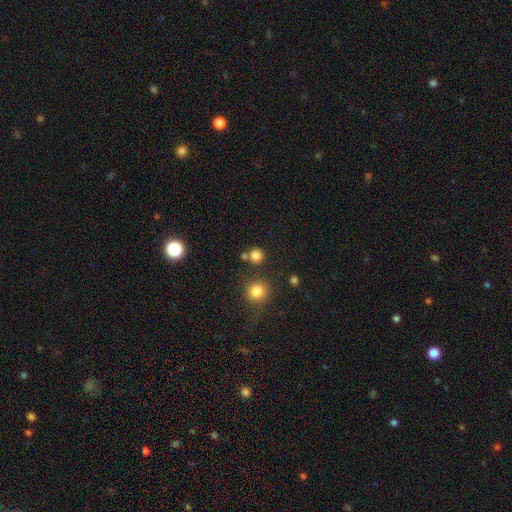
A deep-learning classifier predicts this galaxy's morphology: smooth-or-featured: smooth: 80% | star or artifact: 15% | featured or disk: 5%
  how-rounded: round: 92% | in between: 7% | cigar-shaped: 1%
  merging: none: 75% | merger: 14% | minor disturbance: 8% | major disturbance: 3%